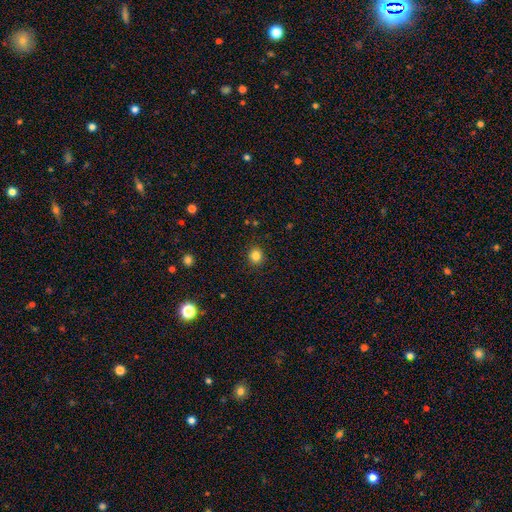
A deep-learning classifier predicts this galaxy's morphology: Smooth or featured: smooth — 84% (star or artifact — 12%)
How rounded: round — 84% (in between — 15%)
Merging: none — 91% (minor disturbance — 6%)